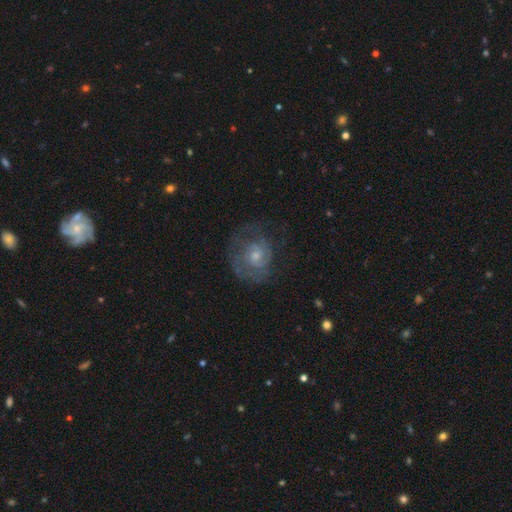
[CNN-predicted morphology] Q: Smooth or featured?
A: featured or disk (63%); runner-up: smooth (26%)
Q: Edge-on disk?
A: no (97%); runner-up: yes (3%)
Q: Bar?
A: no (77%); runner-up: weak (20%)
Q: Spiral arms?
A: yes (76%); runner-up: no (24%)
Q: Bulge size?
A: small (52%); runner-up: moderate (40%)
Q: Merging?
A: none (63%); runner-up: minor disturbance (19%)